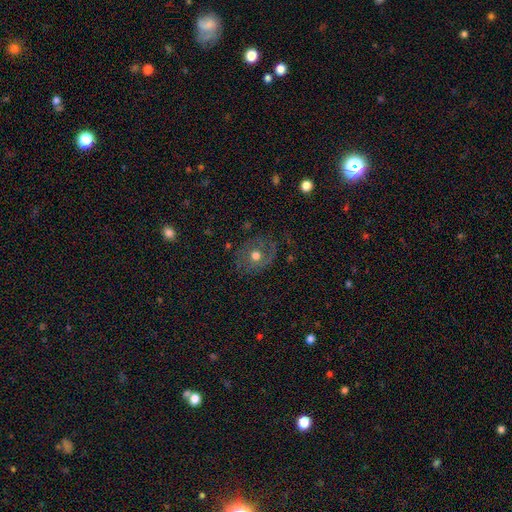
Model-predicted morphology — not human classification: A featured or disk galaxy (51%).

Vote fractions:
- Smooth or featured? featured or disk: 51% / smooth: 37% / star or artifact: 12%
- Edge-on disk? no: 96% / yes: 4%
- Merging? none: 66% / minor disturbance: 18% / major disturbance: 14% / merger: 2%